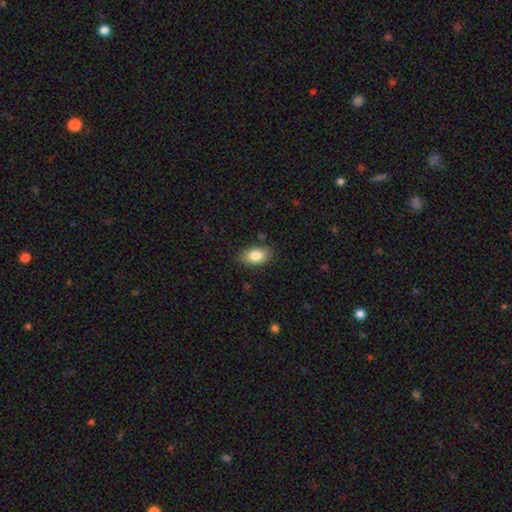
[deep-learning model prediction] smooth-or-featured: smooth: 84% | featured or disk: 9% | star or artifact: 7%
  how-rounded: in between: 91% | round: 7% | cigar-shaped: 2%
  merging: none: 85% | minor disturbance: 11% | major disturbance: 2% | merger: 1%